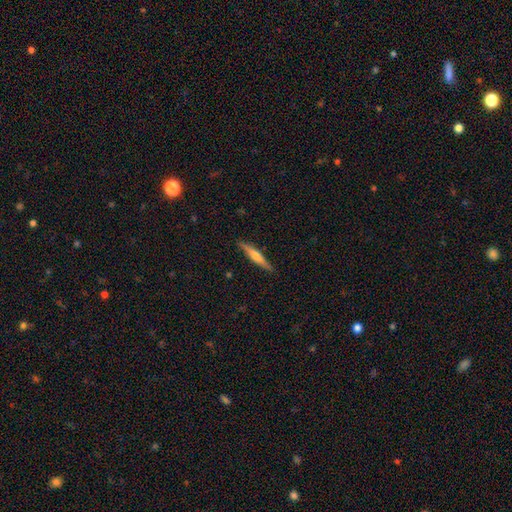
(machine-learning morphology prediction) Overall: featured or disk (54%; smooth 40%). Edge-on disk: yes (97%). Edge-on bulge: rounded (76%). Merging: none (90%).